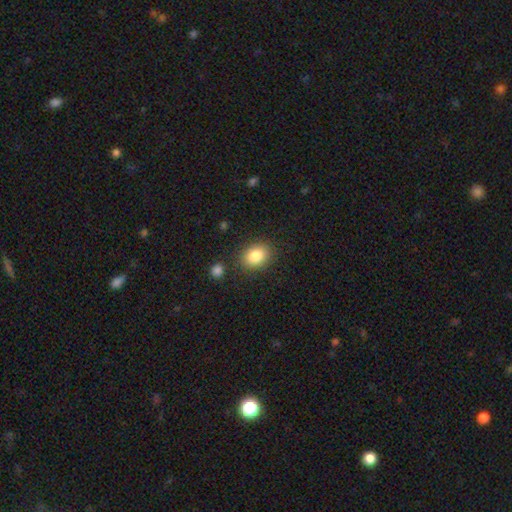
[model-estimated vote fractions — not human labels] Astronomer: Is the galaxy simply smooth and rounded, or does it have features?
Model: smooth — 84%.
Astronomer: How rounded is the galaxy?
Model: in between — 65%.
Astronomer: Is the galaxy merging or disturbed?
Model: none — 82%.